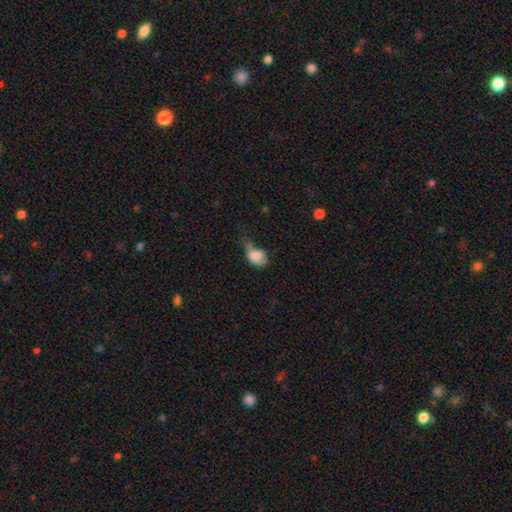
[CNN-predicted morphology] smooth 79%, featured or disk 11%, star or artifact 9%. Down the decision tree: how rounded — in between (72%); merging — major disturbance (35%).